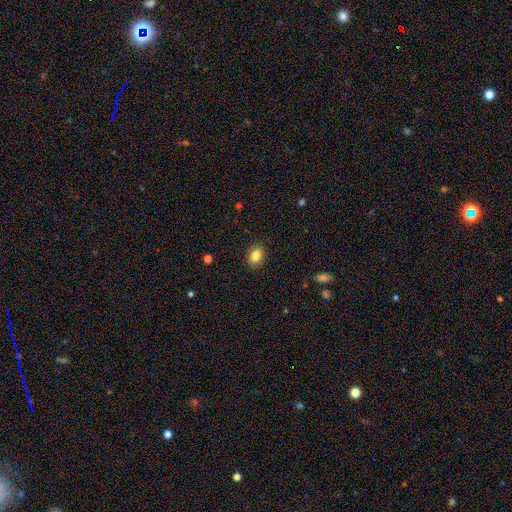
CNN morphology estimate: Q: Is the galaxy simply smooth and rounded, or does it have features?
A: smooth — 84%.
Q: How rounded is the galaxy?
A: in between — 65%.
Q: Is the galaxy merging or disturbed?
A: none — 88%.